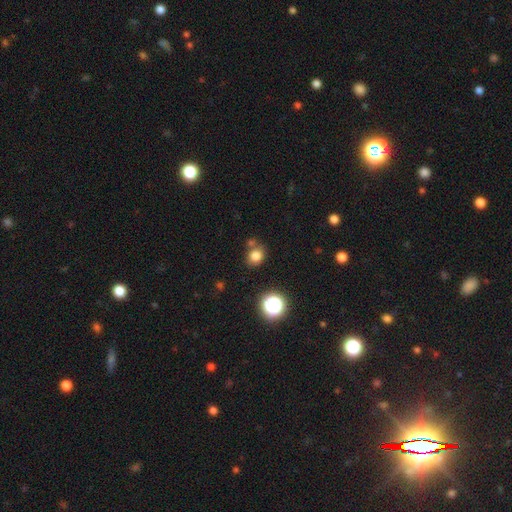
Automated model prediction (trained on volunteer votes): This is likely a smooth galaxy (79%). How rounded: likely round (68%). Merging: likely none (69%).